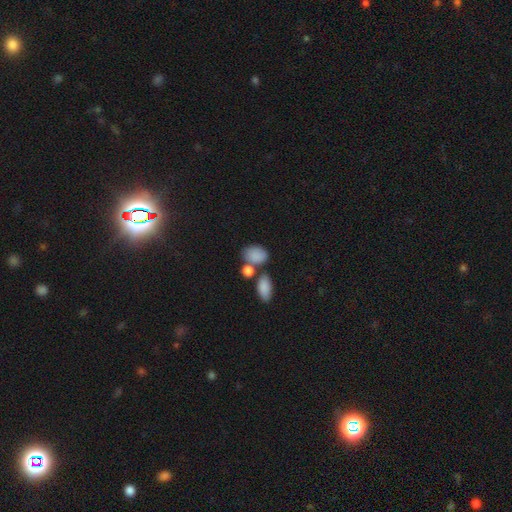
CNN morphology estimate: This appears to be a smooth galaxy with no disk features (83%) that is in between round and cigar-shaped (80%). Merging: none (50%).